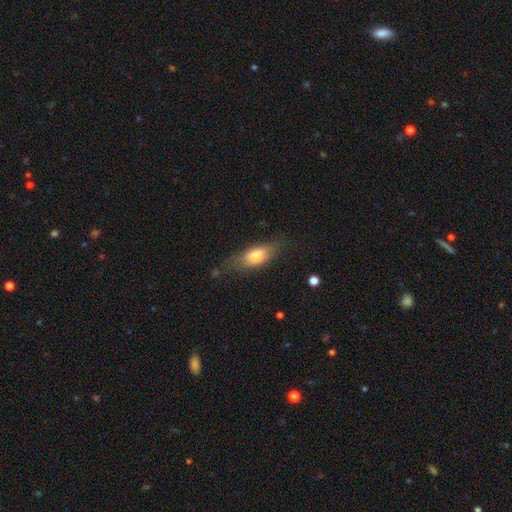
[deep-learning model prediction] A smooth galaxy with no disk features (73%) that is in between round and cigar-shaped (74%). Merging: none (66%).